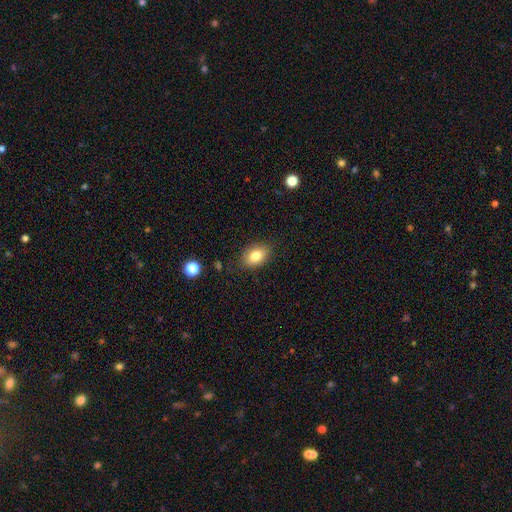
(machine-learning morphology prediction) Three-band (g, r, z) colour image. It shows a smooth galaxy with no disk features (82%) that is in between round and cigar-shaped (81%). Merging: none (84%).